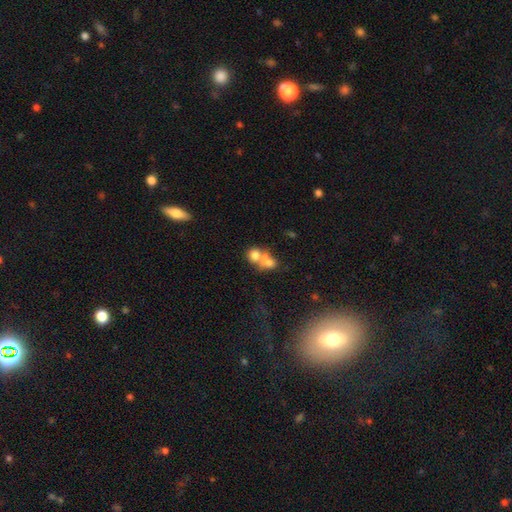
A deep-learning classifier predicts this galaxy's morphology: type=smooth (73%); roundness=round (63%); merging=merger (65%).